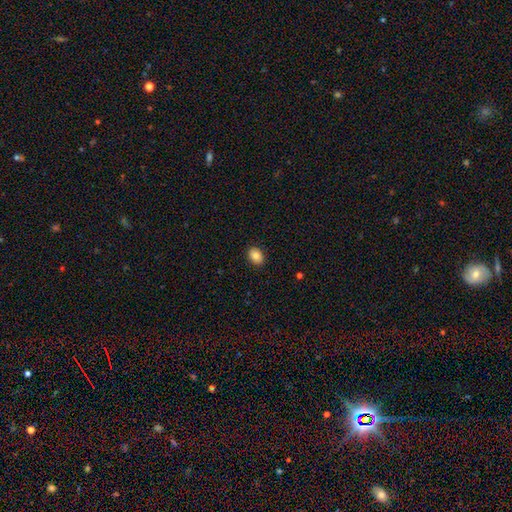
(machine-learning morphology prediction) This appears to be a smooth galaxy with no disk features (85%) that is in between round and cigar-shaped (67%). Merging: none (90%).